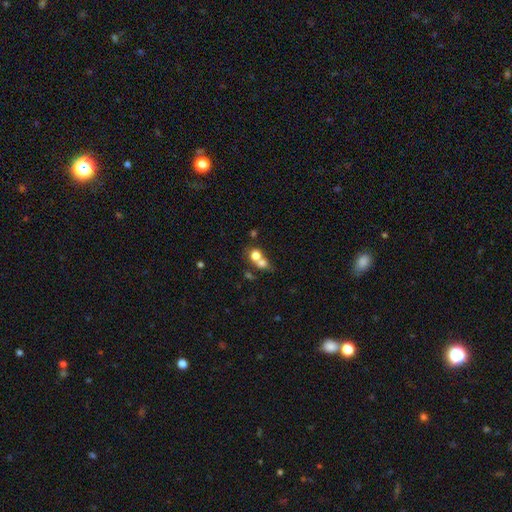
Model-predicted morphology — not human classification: smooth 72%, featured or disk 17%, star or artifact 11%. Down the decision tree: how rounded — round (73%); merging — merger (63%).